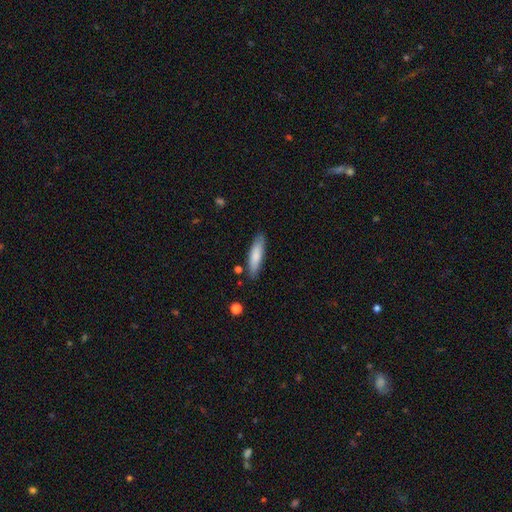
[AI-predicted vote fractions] Morphology: type=smooth (80%); roundness=cigar-shaped (68%); merging=none (85%).